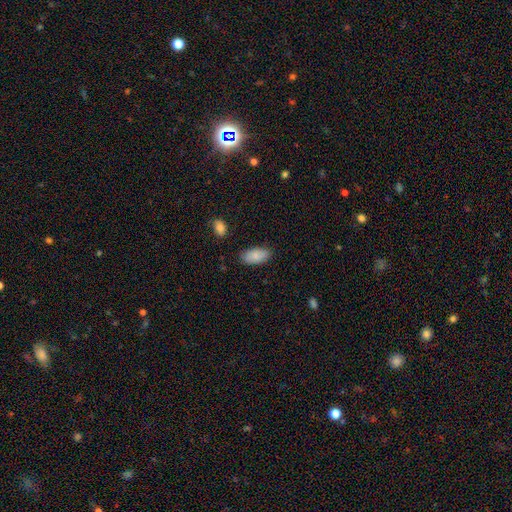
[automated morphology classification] Smooth or featured? Predicted: smooth (p=0.86). How rounded? Predicted: in between (p=0.94). Merging? Predicted: none (p=0.81).